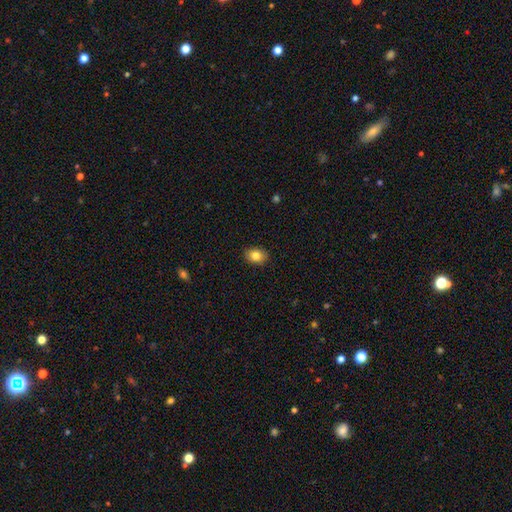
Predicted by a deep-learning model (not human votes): A smooth galaxy with no disk features (82%) that is in between round and cigar-shaped (66%). Merging: none (89%).